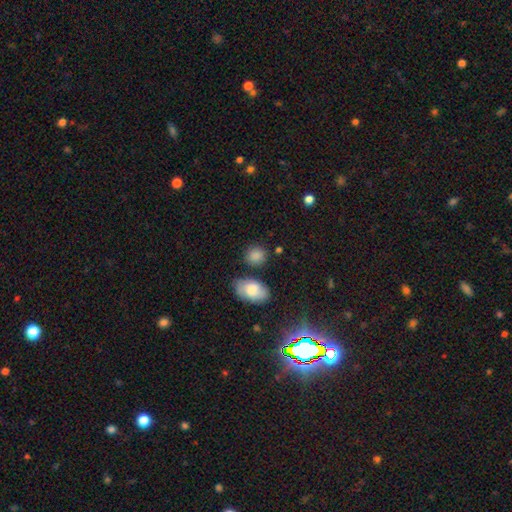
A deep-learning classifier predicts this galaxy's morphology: Smooth or featured: smooth — 85% (star or artifact — 9%)
How rounded: round — 66% (in between — 32%)
Merging: none — 74% (minor disturbance — 15%)